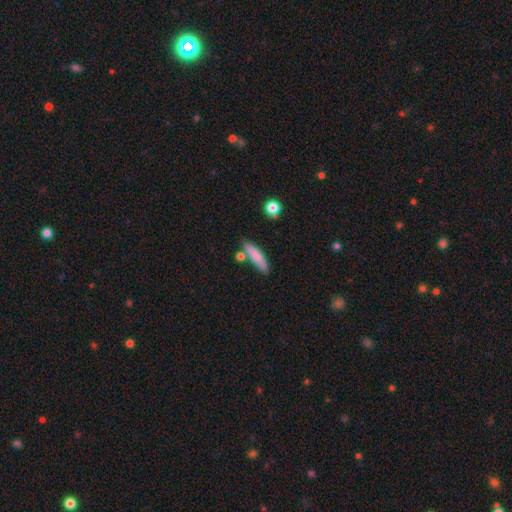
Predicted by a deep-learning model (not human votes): smooth-or-featured: smooth: 79% | featured or disk: 14% | star or artifact: 7%
  how-rounded: cigar-shaped: 67% | in between: 31% | round: 2%
  merging: none: 71% | minor disturbance: 16% | merger: 10% | major disturbance: 4%